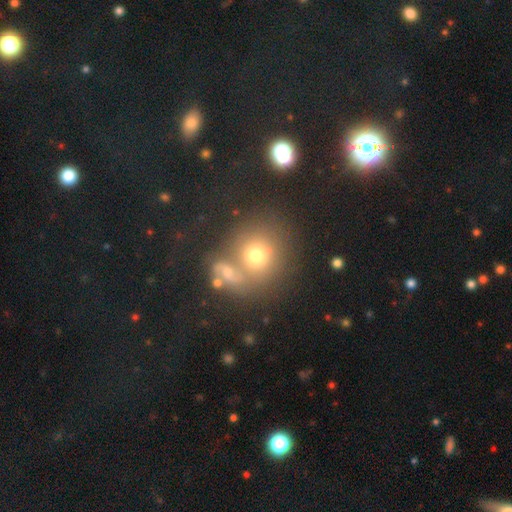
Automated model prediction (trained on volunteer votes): smooth-or-featured: smooth: 66% | featured or disk: 18% | star or artifact: 16%
  how-rounded: round: 81% | in between: 18% | cigar-shaped: 1%
  merging: none: 45% | merger: 37% | minor disturbance: 11% | major disturbance: 7%